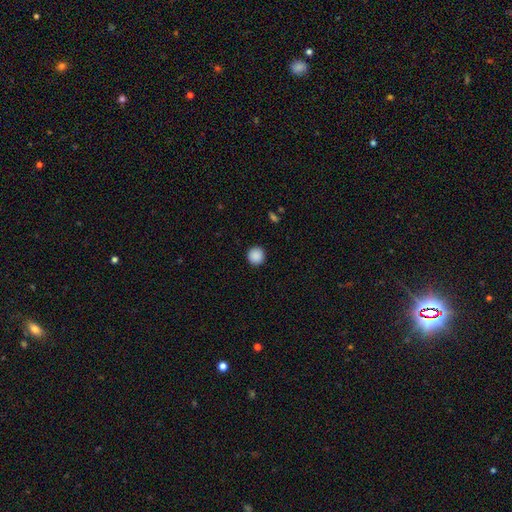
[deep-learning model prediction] This is clearly a smooth galaxy (89%). How rounded: clearly round (95%). Merging: clearly none (93%).